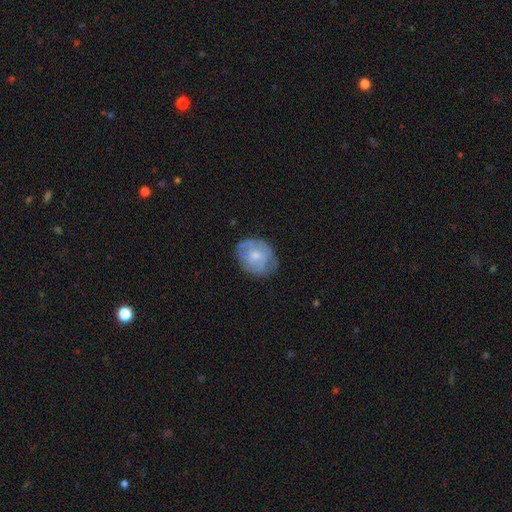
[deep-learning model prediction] Overall: smooth (49%; featured or disk 44%). Merging: none (65%).